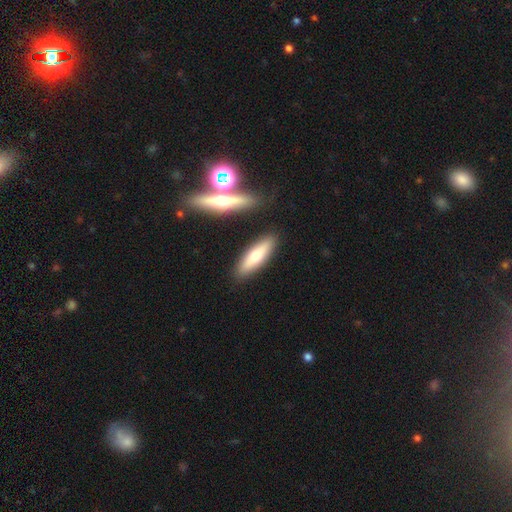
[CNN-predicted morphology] A smooth galaxy with no disk features (62%) that is cigar-shaped (64%). Merging: none (85%).